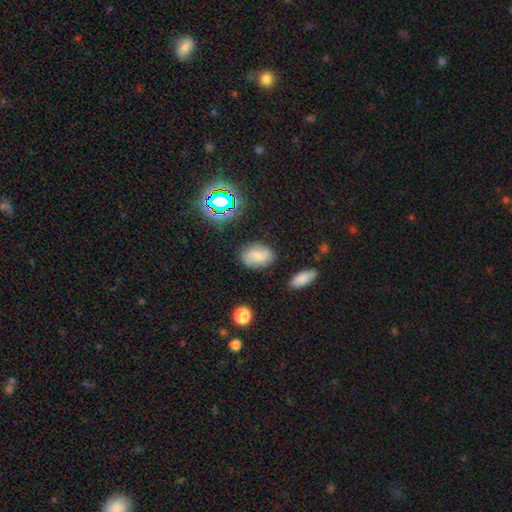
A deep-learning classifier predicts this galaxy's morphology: This appears to be a smooth galaxy with no disk features (60%) that is in between round and cigar-shaped (79%). Merging: none (78%).